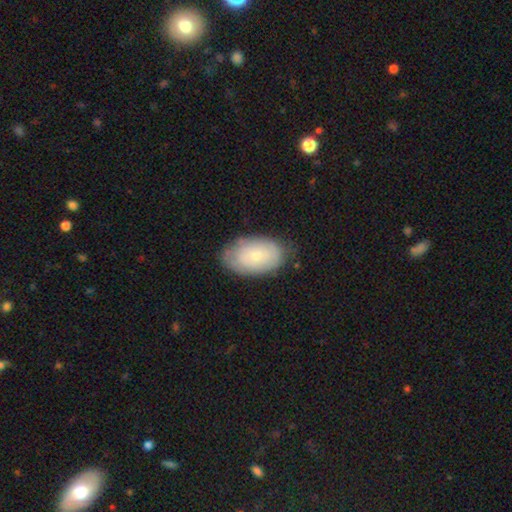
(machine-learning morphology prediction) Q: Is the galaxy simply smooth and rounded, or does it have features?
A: smooth — 59%.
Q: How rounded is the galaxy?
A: in between — 91%.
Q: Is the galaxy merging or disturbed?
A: none — 75%.